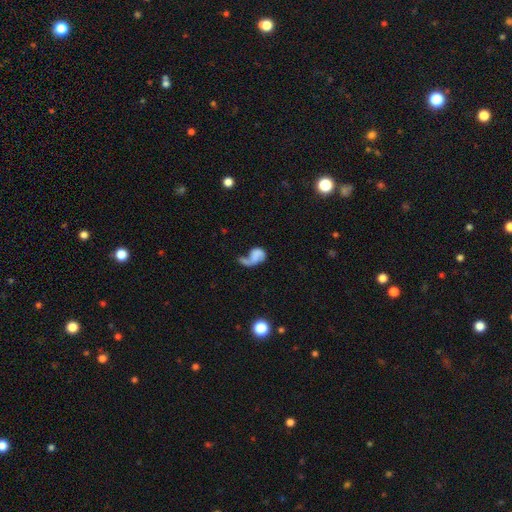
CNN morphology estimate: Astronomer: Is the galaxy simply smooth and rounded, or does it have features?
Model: featured or disk — 47% (runner-up: smooth, 43%).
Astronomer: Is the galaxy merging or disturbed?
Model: major disturbance — 42% (runner-up: none, 21%).